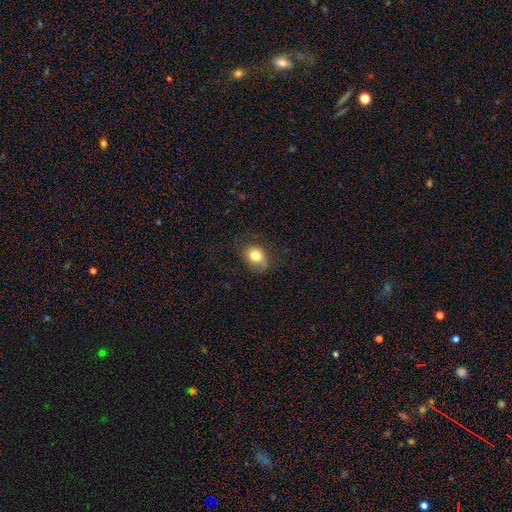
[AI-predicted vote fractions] Smooth or featured? smooth (79%)
How rounded? round (50%)
Merging? none (72%)